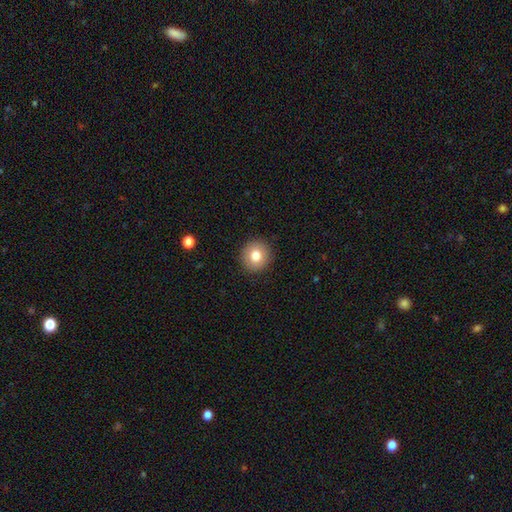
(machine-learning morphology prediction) The model was most divided on "smooth or featured": smooth: 79%, featured or disk: 11%, star or artifact: 10%. More confident: how rounded — round (92%); merging — none (91%).